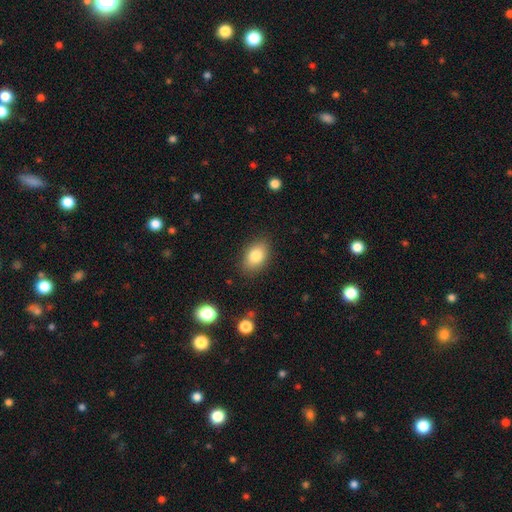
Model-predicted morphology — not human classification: A smooth galaxy with no disk features (82%) that is in between round and cigar-shaped (86%).

Vote fractions:
- Smooth or featured? smooth: 82% / featured or disk: 10% / star or artifact: 8%
- How rounded? in between: 86% / round: 13% / cigar-shaped: 2%
- Merging? none: 85% / minor disturbance: 11% / major disturbance: 3% / merger: 1%